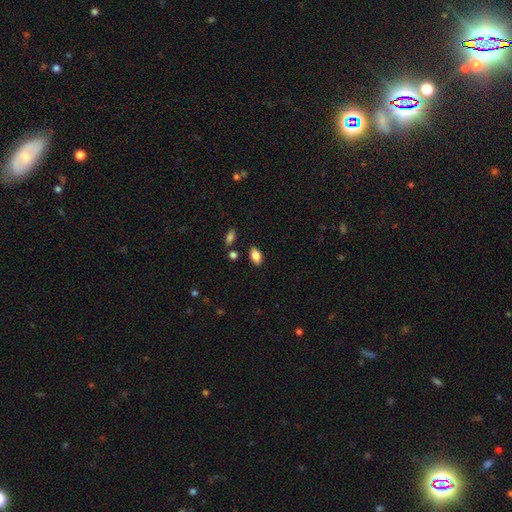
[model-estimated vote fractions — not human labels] Q: Smooth or featured?
A: smooth (85%); runner-up: star or artifact (8%)
Q: How rounded?
A: in between (90%); runner-up: round (7%)
Q: Merging?
A: none (83%); runner-up: minor disturbance (11%)